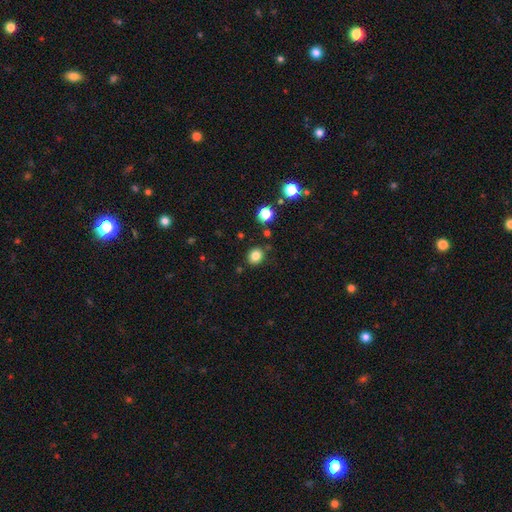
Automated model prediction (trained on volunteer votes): This appears to be a smooth galaxy with no disk features (83%) that is round (70%). Merging: none (84%).